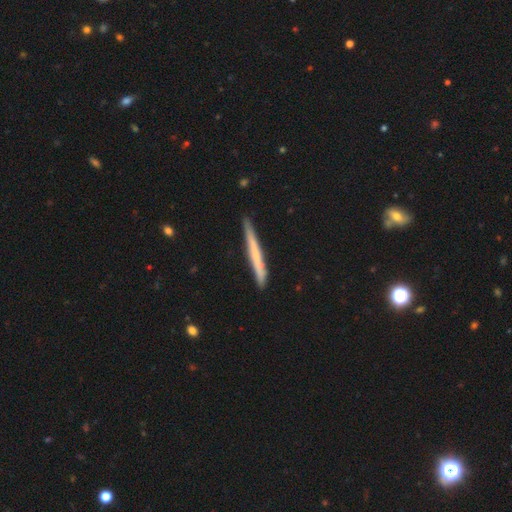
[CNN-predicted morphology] A smooth galaxy with no disk features (54%) that is cigar-shaped (97%). Merging: none (85%).